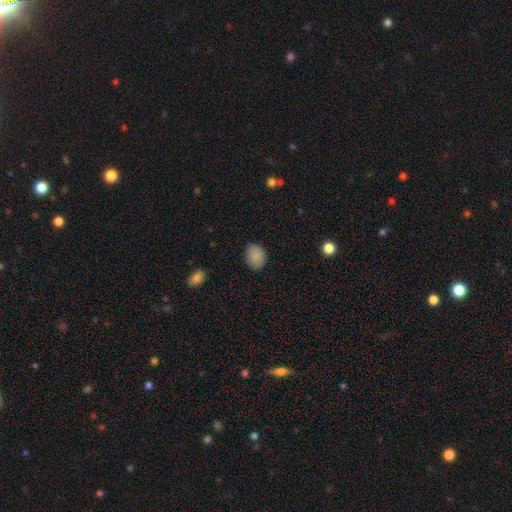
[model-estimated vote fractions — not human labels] This appears to be a smooth galaxy with no disk features (87%) that is in between round and cigar-shaped (64%). Merging: none (82%).